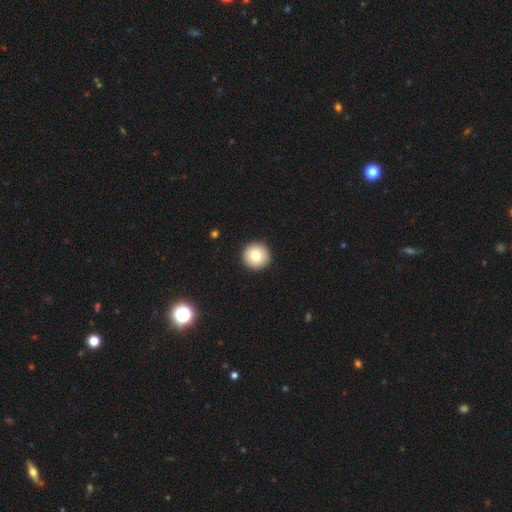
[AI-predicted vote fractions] Morphology: type=smooth (79%); roundness=round (95%); merging=none (93%).